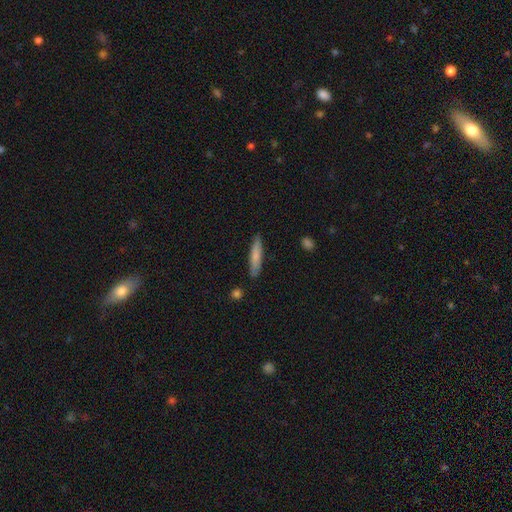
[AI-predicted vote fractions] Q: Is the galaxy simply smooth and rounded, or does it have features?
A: smooth — 76%.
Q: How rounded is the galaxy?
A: cigar-shaped — 87%.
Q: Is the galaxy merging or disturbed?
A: none — 87%.